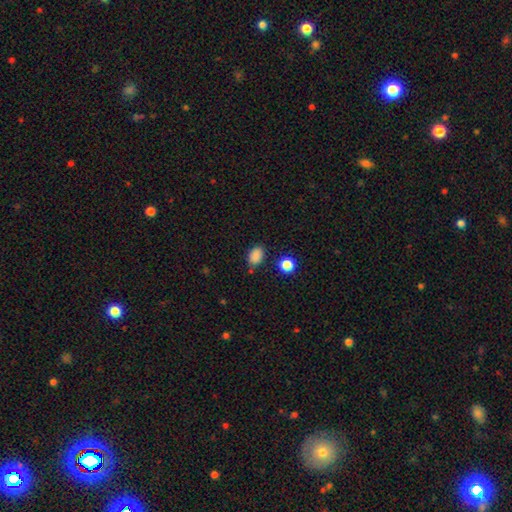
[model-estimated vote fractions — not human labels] The model was most divided on "how rounded": in between: 79%, round: 20%, cigar-shaped: 1%. More confident: smooth or featured — smooth (85%); merging — none (76%).